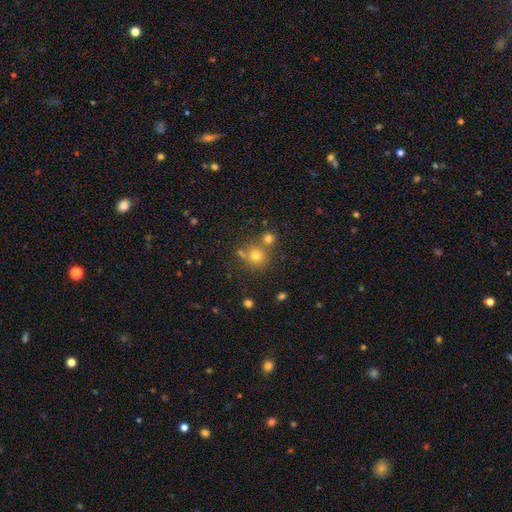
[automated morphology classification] type=smooth (70%); roundness=round (89%); merging=none (62%).